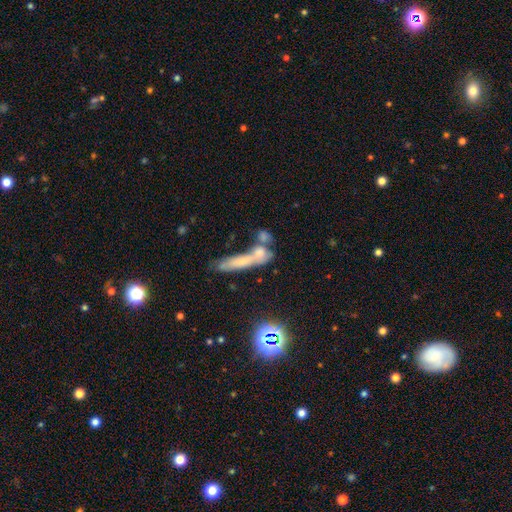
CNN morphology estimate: The model was most divided on "merging": merger: 47%, none: 32%, minor disturbance: 12%, major disturbance: 9%. More confident: how rounded — cigar-shaped (67%); smooth or featured — smooth (54%).